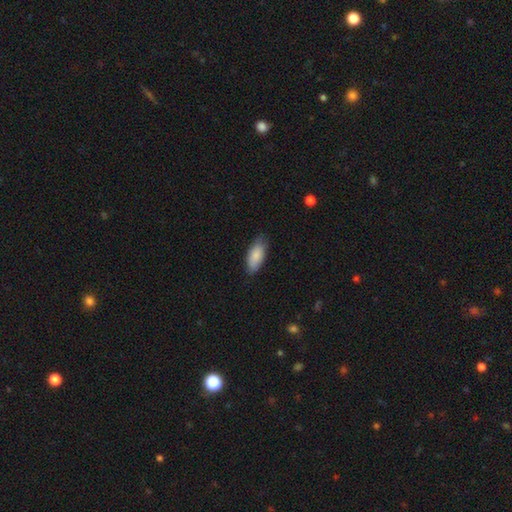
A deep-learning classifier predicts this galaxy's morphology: Overall: smooth (86%). How rounded: in between (86%). Merging: none (79%).